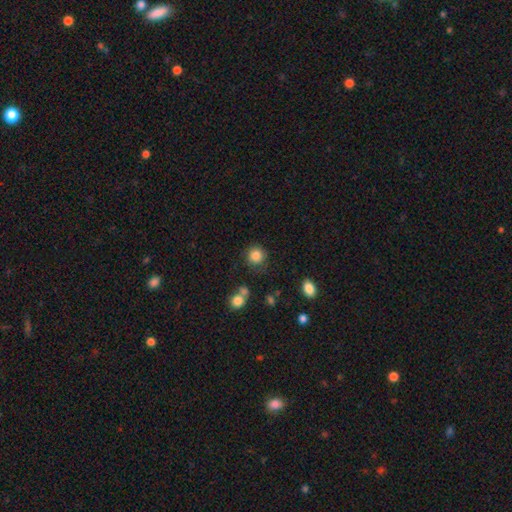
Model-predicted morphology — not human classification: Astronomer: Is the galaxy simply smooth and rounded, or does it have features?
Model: smooth — 85%.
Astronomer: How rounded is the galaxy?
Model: round — 89%.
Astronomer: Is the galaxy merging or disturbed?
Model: none — 76%.